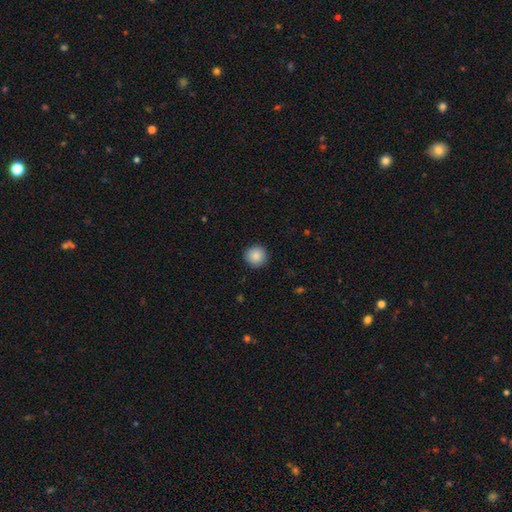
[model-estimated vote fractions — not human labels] A smooth galaxy with no disk features (88%) that is round (95%).

Vote fractions:
- Smooth or featured? smooth: 88% / star or artifact: 8% / featured or disk: 4%
- How rounded? round: 95% / in between: 4% / cigar-shaped: 1%
- Merging? none: 91% / minor disturbance: 6% / major disturbance: 2% / merger: 1%